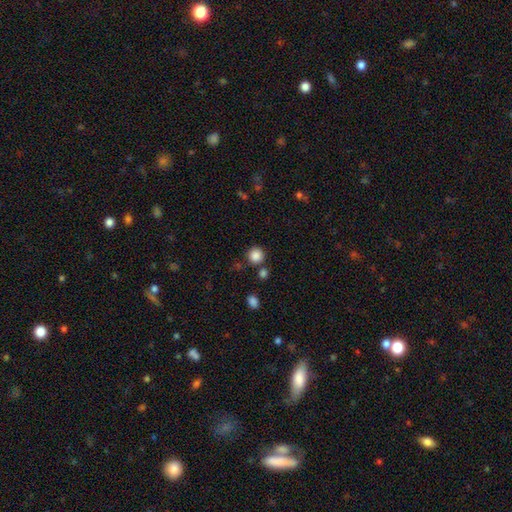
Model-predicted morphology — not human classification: Overall: smooth (86%). How rounded: round (93%). Merging: none (82%).